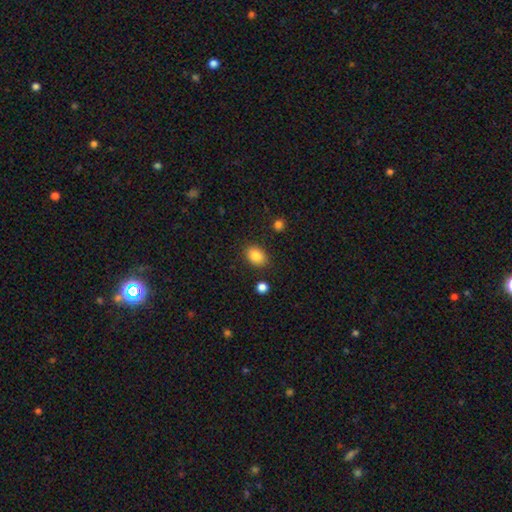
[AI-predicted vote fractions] The model was most divided on "how rounded": in between: 70%, round: 29%, cigar-shaped: 1%. More confident: smooth or featured — smooth (85%); merging — none (82%).